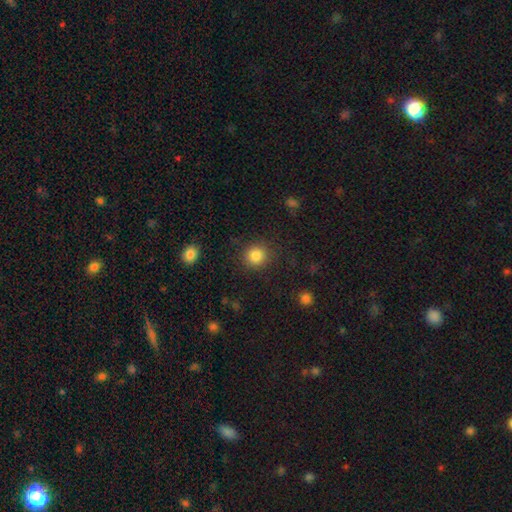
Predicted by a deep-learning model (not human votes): smooth_or_featured: smooth (p=0.85) [alt: star or artifact p=0.10]
how_rounded: round (p=0.89) [alt: in between p=0.10]
merging: none (p=0.87) [alt: minor disturbance p=0.08]